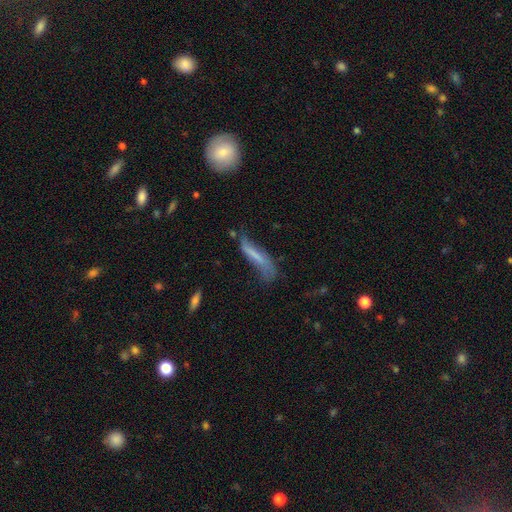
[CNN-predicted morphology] This appears to be a smooth galaxy with no disk features (56%) that is cigar-shaped (82%). Merging: none (38%).